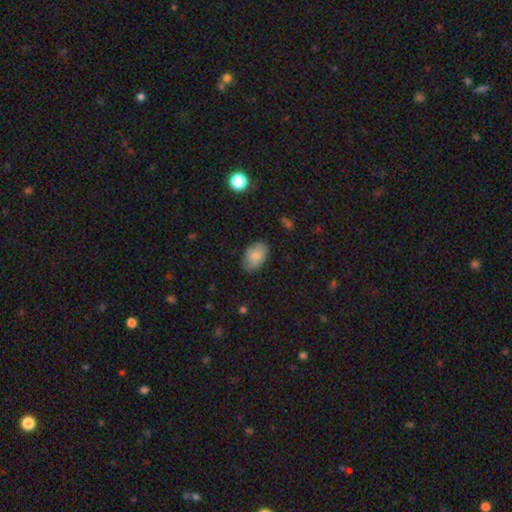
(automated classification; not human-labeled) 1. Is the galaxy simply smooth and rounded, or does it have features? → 84% smooth, 9% featured or disk, 7% star or artifact.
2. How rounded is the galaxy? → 89% in between, 10% round, 1% cigar-shaped.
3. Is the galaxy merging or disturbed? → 76% none, 19% minor disturbance, 4% major disturbance, 1% merger.